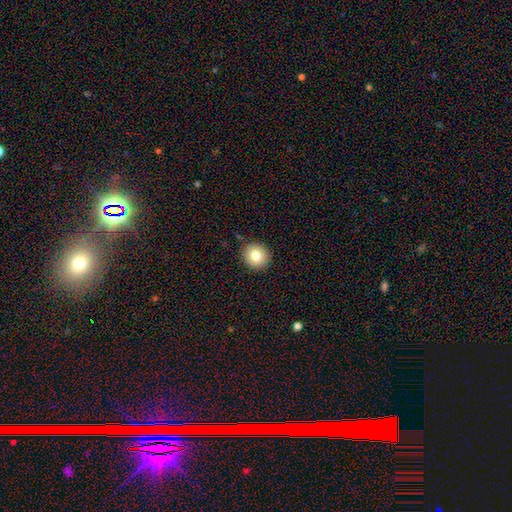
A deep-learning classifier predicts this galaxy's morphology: smooth_or_featured: smooth (p=0.79) [alt: featured or disk p=0.11]
how_rounded: round (p=0.91) [alt: in between p=0.08]
merging: none (p=0.89) [alt: minor disturbance p=0.07]